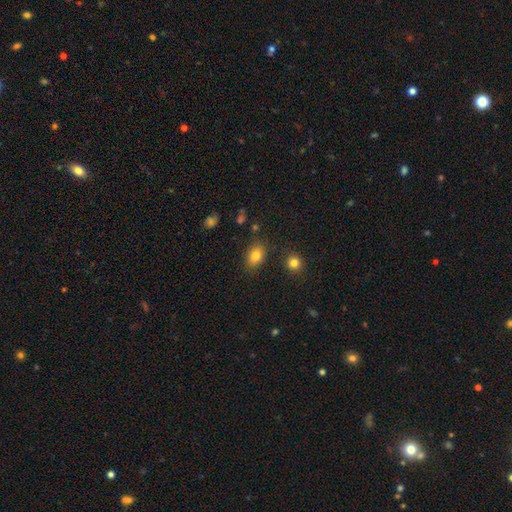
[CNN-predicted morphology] smooth 82%, star or artifact 10%, featured or disk 9%. Down the decision tree: how rounded — in between (80%); merging — none (82%).